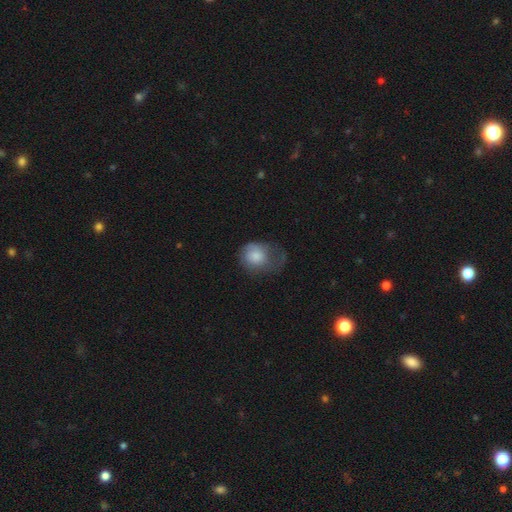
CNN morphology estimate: Overall: smooth (73%). How rounded: round (62%; in between 37%). Merging: major disturbance (43%; minor disturbance 29%).